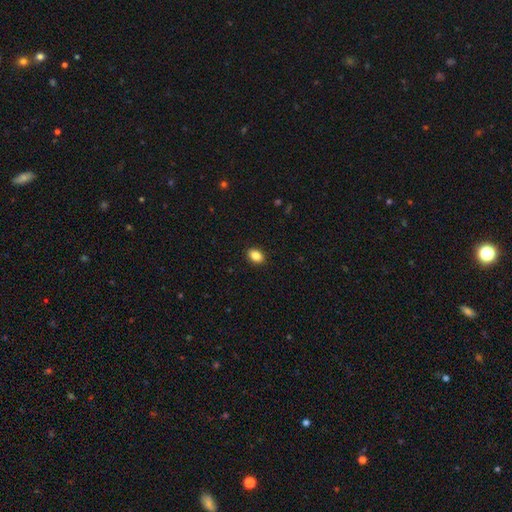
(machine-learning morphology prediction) Overall: smooth (86%). How rounded: in between (79%). Merging: none (90%).